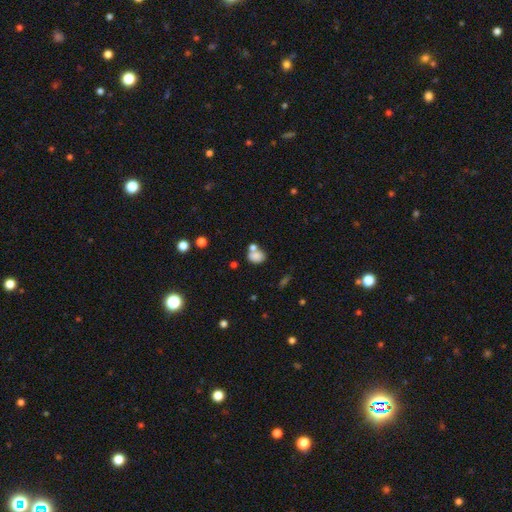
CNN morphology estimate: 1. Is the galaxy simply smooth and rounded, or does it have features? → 79% smooth, 11% star or artifact, 10% featured or disk.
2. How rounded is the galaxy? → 59% in between, 40% round, 1% cigar-shaped.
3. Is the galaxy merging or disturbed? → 42% none, 37% merger, 14% minor disturbance, 6% major disturbance.